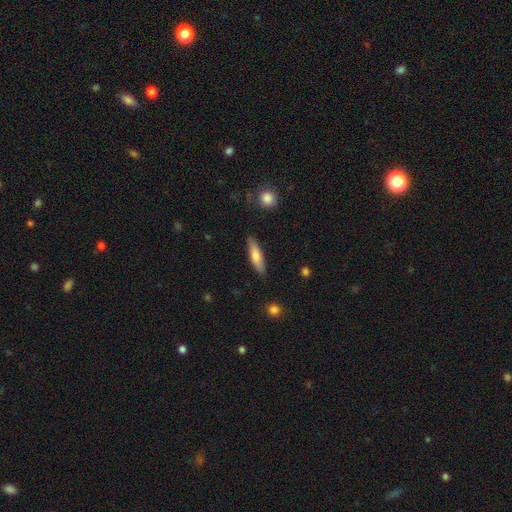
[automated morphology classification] Q: Smooth or featured?
A: smooth (71%); runner-up: featured or disk (23%)
Q: How rounded?
A: cigar-shaped (69%); runner-up: in between (29%)
Q: Merging?
A: none (86%); runner-up: minor disturbance (11%)